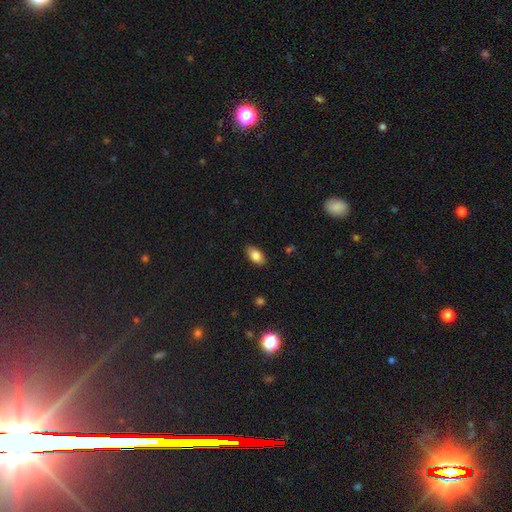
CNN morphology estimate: Smooth or featured? Predicted: smooth (p=0.83). How rounded? Predicted: in between (p=0.92). Merging? Predicted: none (p=0.87).